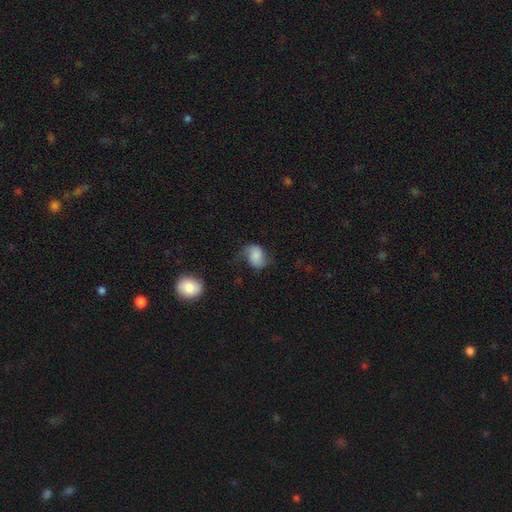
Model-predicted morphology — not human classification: Smooth or featured? Predicted: smooth (p=0.65). How rounded? Predicted: in between (p=0.69). Merging? Predicted: none (p=0.51).